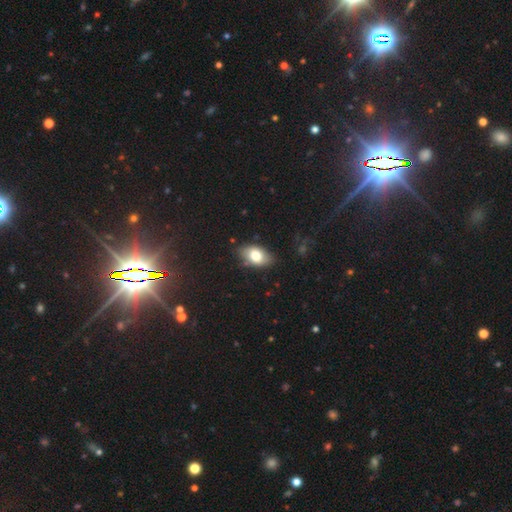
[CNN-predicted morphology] type=smooth (76%); roundness=in between (89%); merging=none (78%).